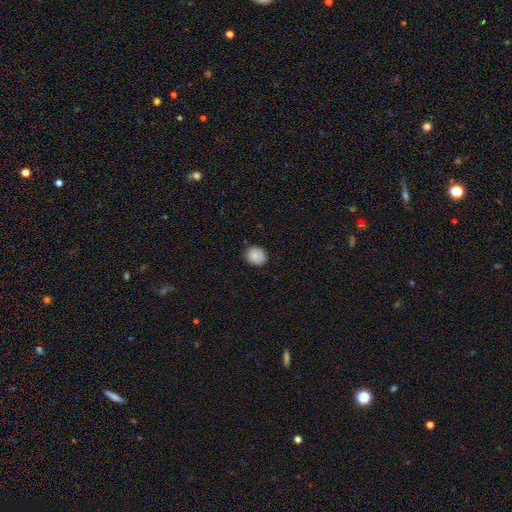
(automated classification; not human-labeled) A smooth galaxy with no disk features (87%) that is round (70%). Merging: none (85%).